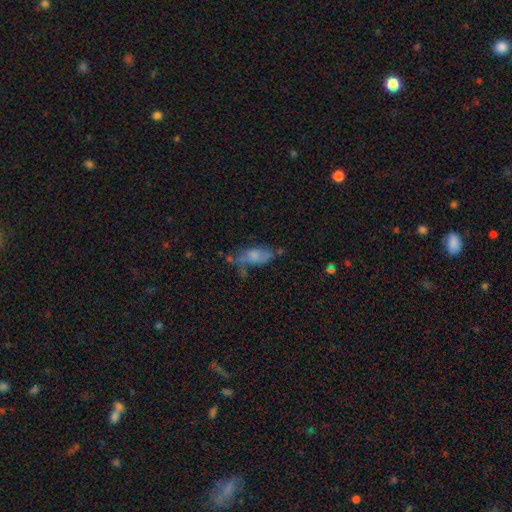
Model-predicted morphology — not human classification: Smooth or featured? smooth (65%)
How rounded? in between (79%)
Merging? none (38%)